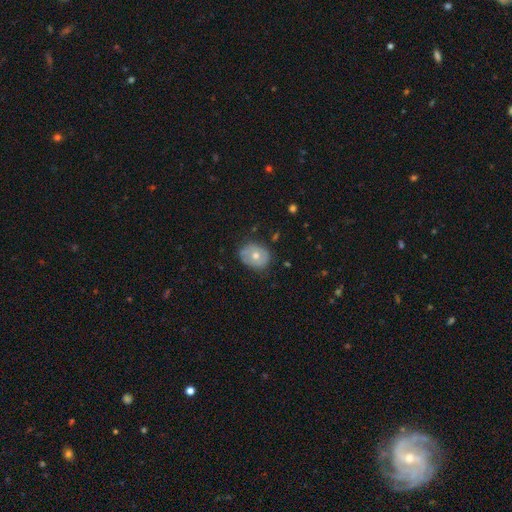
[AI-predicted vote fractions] Smooth or featured? Predicted: smooth (p=0.53). How rounded? Predicted: in between (p=0.50). Merging? Predicted: none (p=0.73).